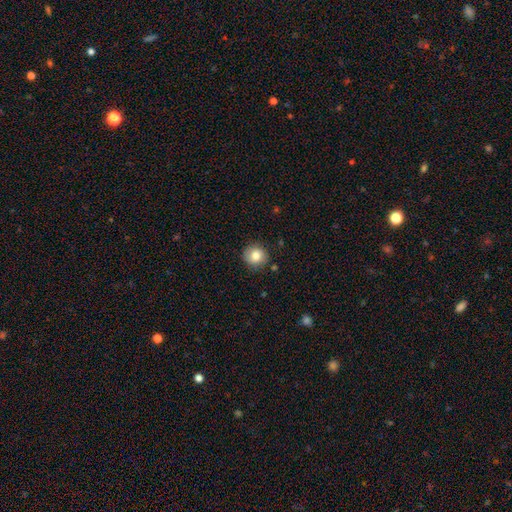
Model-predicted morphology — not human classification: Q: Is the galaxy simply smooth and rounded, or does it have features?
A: smooth — 82%.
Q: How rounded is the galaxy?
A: round — 90%.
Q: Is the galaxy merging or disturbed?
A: none — 86%.